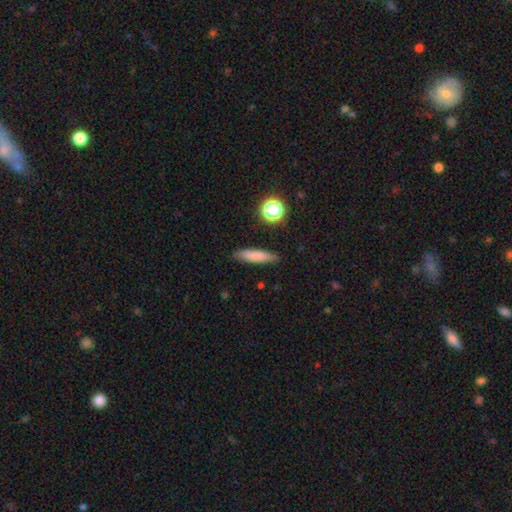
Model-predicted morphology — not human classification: The model was most divided on "smooth or featured": smooth: 77%, featured or disk: 14%, star or artifact: 9%. More confident: merging — none (86%); how rounded — cigar-shaped (81%).